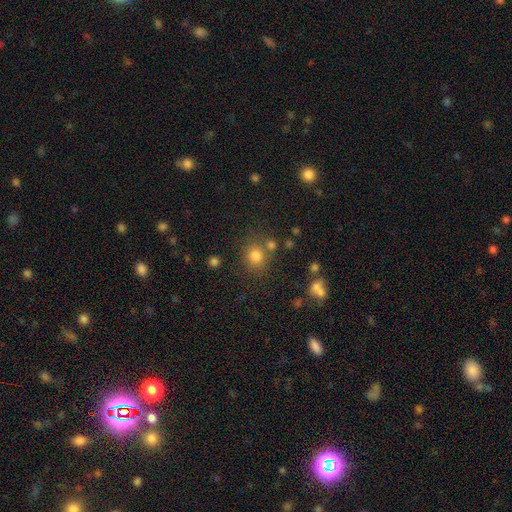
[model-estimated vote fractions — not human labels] Smooth or featured? Predicted: smooth (p=0.77). How rounded? Predicted: round (p=0.76). Merging? Predicted: none (p=0.72).